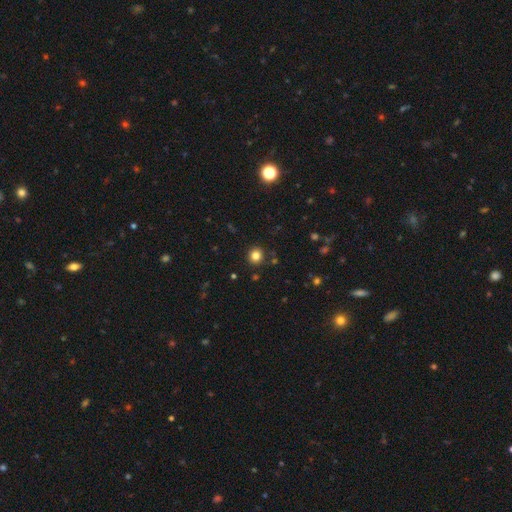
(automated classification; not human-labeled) Smooth or featured? smooth (81%)
How rounded? round (91%)
Merging? none (90%)